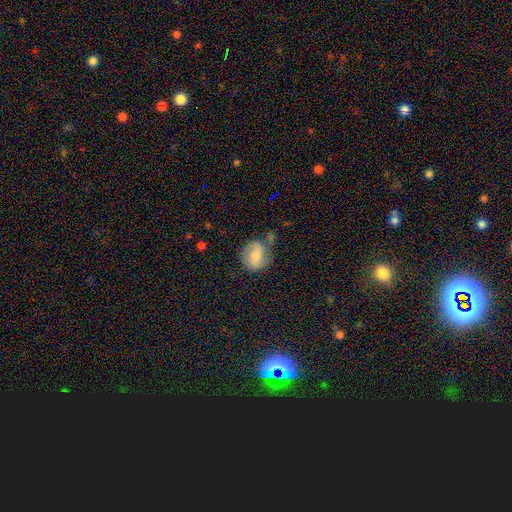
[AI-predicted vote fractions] Smooth or featured? Predicted: smooth (p=0.51). How rounded? Predicted: round (p=0.65). Merging? Predicted: none (p=0.59).